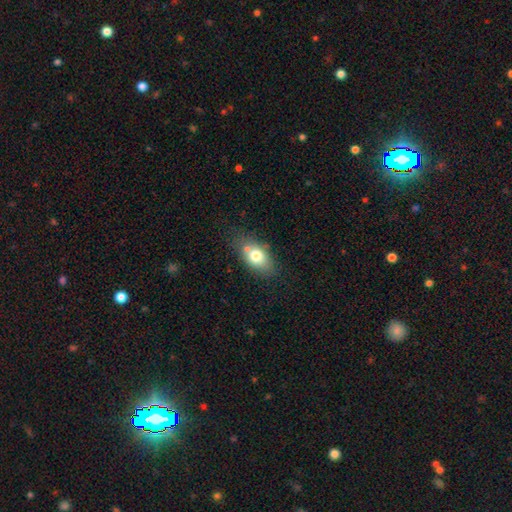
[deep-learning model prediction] Smooth or featured? Predicted: smooth (p=0.73). How rounded? Predicted: in between (p=0.81). Merging? Predicted: none (p=0.62).